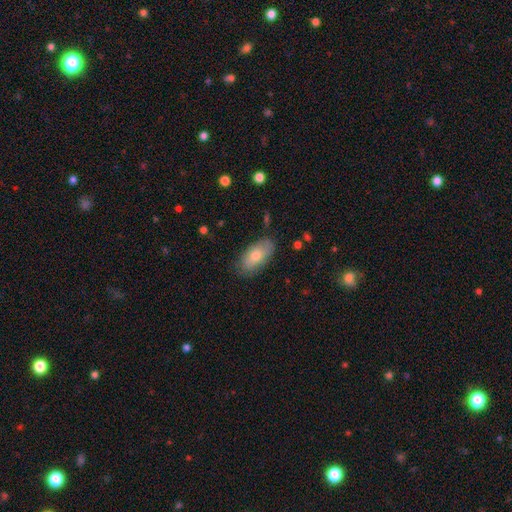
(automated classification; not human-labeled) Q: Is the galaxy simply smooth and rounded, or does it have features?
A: smooth — 74%.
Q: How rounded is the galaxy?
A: in between — 92%.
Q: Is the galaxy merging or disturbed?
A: none — 79%.